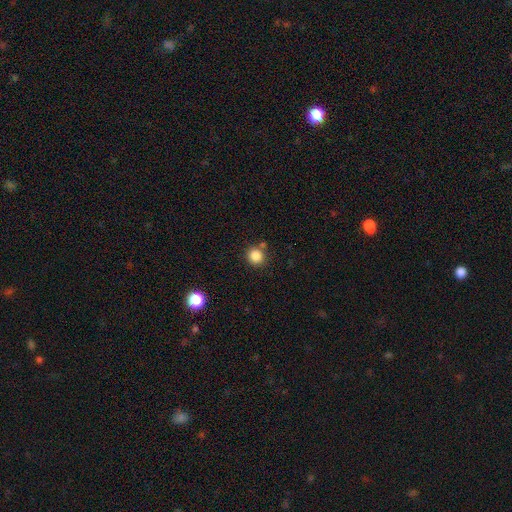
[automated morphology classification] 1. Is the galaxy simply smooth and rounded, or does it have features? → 85% smooth, 11% star or artifact, 4% featured or disk.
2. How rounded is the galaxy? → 92% round, 7% in between, 1% cigar-shaped.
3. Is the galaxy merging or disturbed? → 81% none, 9% minor disturbance, 8% merger, 3% major disturbance.